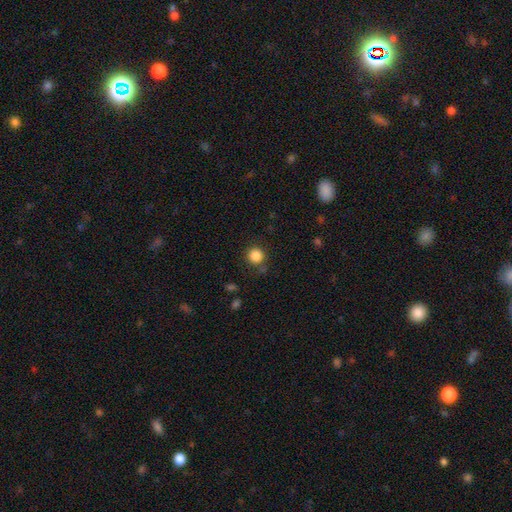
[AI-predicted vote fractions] A smooth galaxy with no disk features (86%) that is round (92%).

Vote fractions:
- Smooth or featured? smooth: 86% / star or artifact: 11% / featured or disk: 4%
- How rounded? round: 92% / in between: 7% / cigar-shaped: 1%
- Merging? none: 83% / minor disturbance: 10% / major disturbance: 4% / merger: 3%